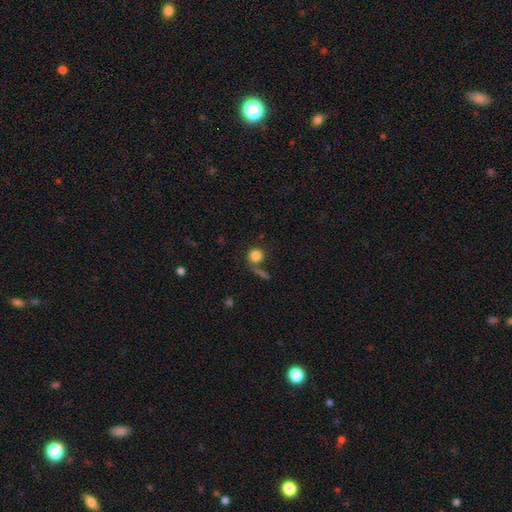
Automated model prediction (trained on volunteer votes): Smooth or featured? smooth (83%)
How rounded? round (87%)
Merging? none (58%)